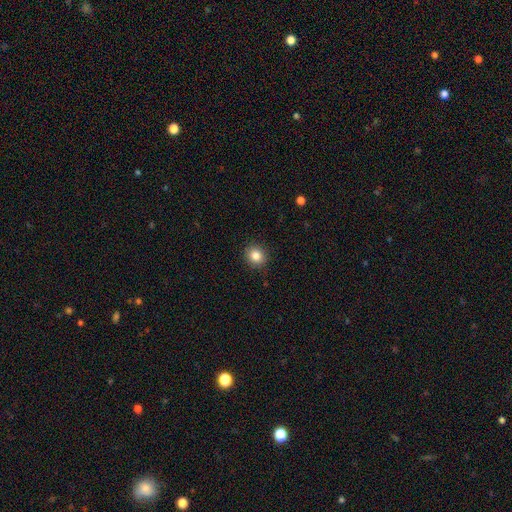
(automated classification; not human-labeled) smooth-or-featured: smooth: 84% | star or artifact: 11% | featured or disk: 6%
  how-rounded: round: 82% | in between: 17% | cigar-shaped: 1%
  merging: none: 91% | minor disturbance: 6% | major disturbance: 2% | merger: 1%